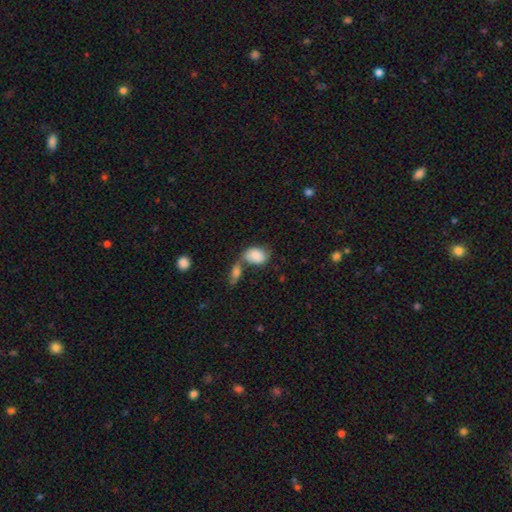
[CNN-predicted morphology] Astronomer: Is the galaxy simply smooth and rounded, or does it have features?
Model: smooth — 80%.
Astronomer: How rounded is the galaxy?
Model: in between — 75%.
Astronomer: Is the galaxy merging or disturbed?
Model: merger — 44% (runner-up: none, 35%).